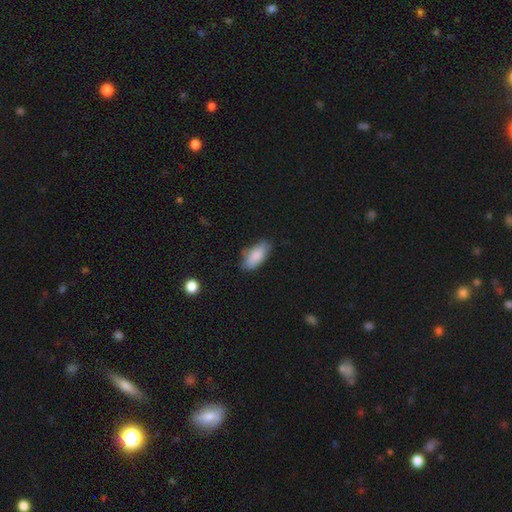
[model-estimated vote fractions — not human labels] smooth 85%, featured or disk 8%, star or artifact 6%. Down the decision tree: how rounded — in between (87%); merging — none (69%).